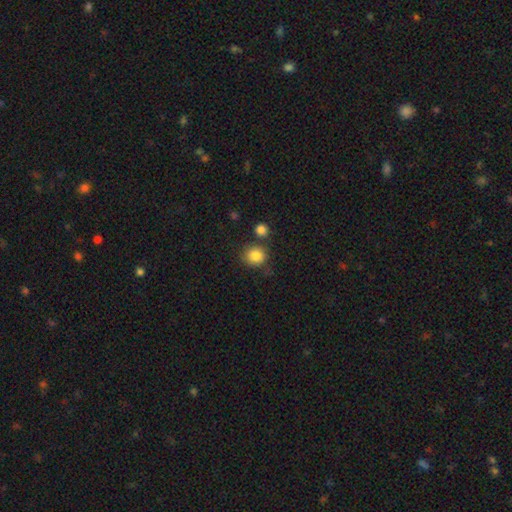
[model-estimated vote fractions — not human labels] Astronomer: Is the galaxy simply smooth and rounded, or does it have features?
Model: smooth — 85%.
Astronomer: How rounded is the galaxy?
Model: round — 81%.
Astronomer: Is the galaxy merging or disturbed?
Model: none — 72%.